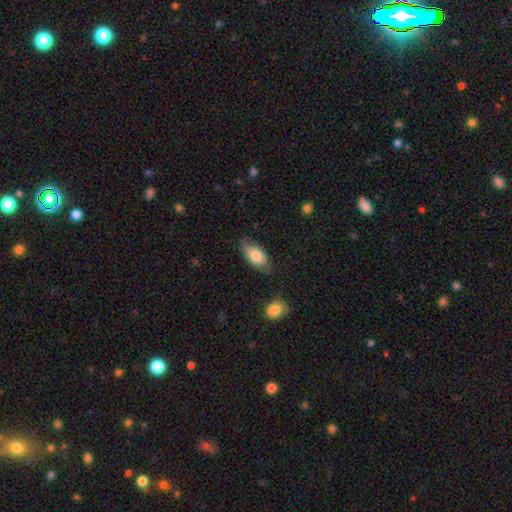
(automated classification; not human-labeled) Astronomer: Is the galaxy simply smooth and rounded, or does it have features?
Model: smooth — 78%.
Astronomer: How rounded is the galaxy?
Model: in between — 90%.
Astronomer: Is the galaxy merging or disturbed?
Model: none — 73%.